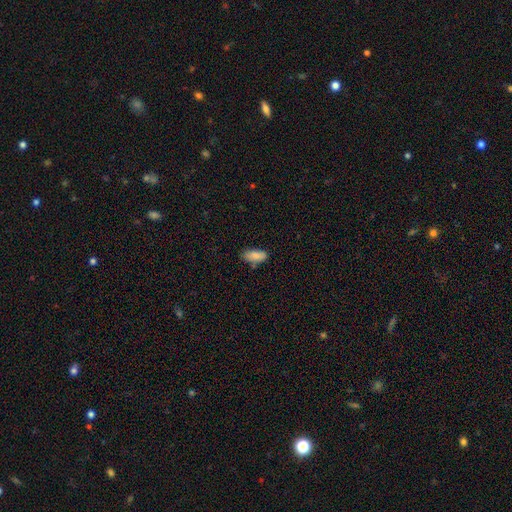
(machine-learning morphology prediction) smooth 87%, star or artifact 7%, featured or disk 6%. Down the decision tree: how rounded — in between (86%); merging — none (71%).